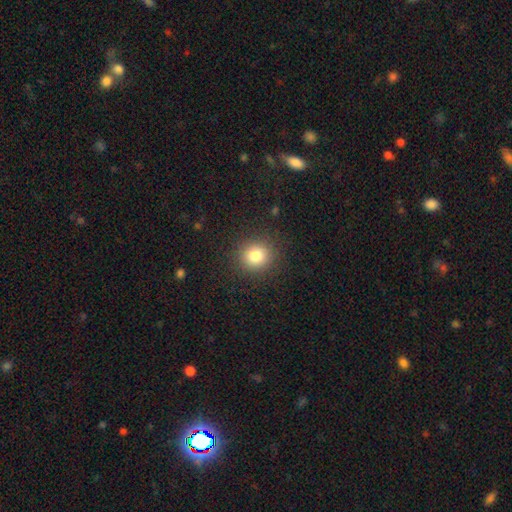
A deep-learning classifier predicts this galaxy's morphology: smooth-or-featured: smooth: 81% | star or artifact: 12% | featured or disk: 7%
  how-rounded: round: 88% | in between: 11% | cigar-shaped: 1%
  merging: none: 89% | minor disturbance: 7% | major disturbance: 3% | merger: 1%